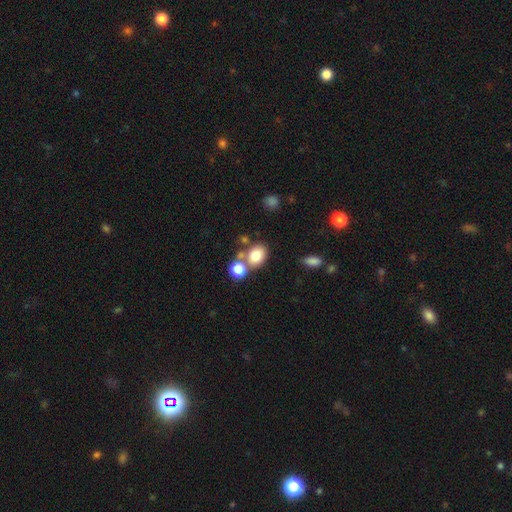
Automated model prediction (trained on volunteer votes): Smooth or featured? Predicted: smooth (p=0.80). How rounded? Predicted: in between (p=0.57). Merging? Predicted: none (p=0.52).